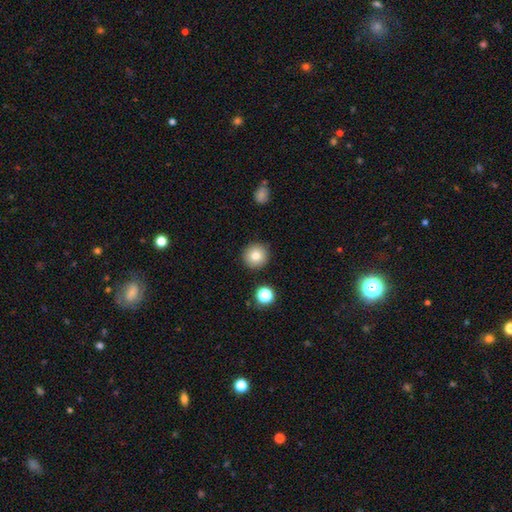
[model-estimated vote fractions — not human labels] The model was most divided on "smooth or featured": smooth: 80%, star or artifact: 11%, featured or disk: 9%. More confident: how rounded — round (95%); merging — none (90%).